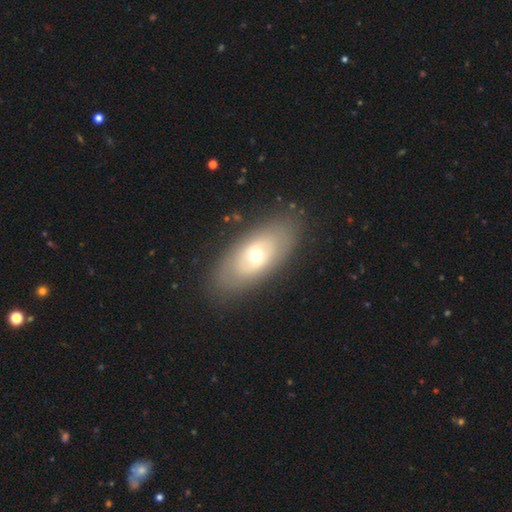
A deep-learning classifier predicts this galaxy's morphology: smooth_or_featured: featured or disk (p=0.46) [tied with: smooth p=0.46]
merging: none (p=0.84) [alt: minor disturbance p=0.11]